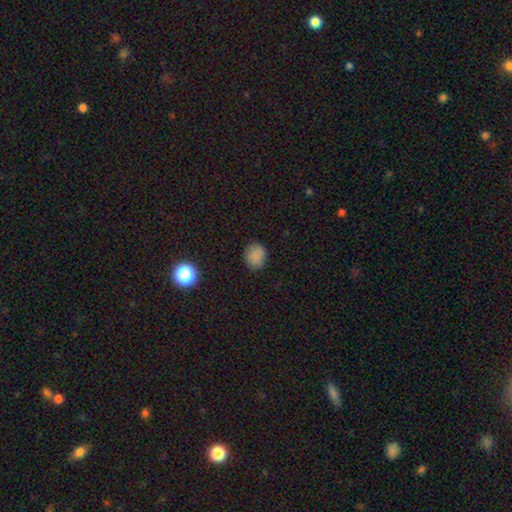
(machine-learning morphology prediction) A smooth galaxy with no disk features (82%) that is round (66%).

Vote fractions:
- Smooth or featured? smooth: 82% / star or artifact: 13% / featured or disk: 4%
- How rounded? round: 66% / in between: 33% / cigar-shaped: 1%
- Merging? none: 84% / minor disturbance: 12% / major disturbance: 3% / merger: 1%